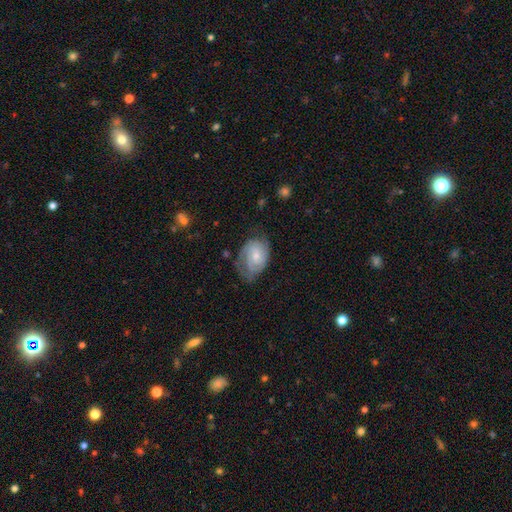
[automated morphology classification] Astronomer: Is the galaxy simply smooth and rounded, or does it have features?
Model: featured or disk — 70%.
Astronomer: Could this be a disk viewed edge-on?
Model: no — 97%.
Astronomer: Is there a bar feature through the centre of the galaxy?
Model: no — 53% (runner-up: weak, 40%).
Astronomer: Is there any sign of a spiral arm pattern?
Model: yes — 92%.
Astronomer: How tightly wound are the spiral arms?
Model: tight — 52% (runner-up: medium, 37%).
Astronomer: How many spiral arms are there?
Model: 2 — 49% (runner-up: can't tell, 25%).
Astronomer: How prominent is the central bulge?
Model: small — 55% (runner-up: moderate, 39%).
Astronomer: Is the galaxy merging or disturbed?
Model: none — 55% (runner-up: minor disturbance, 30%).